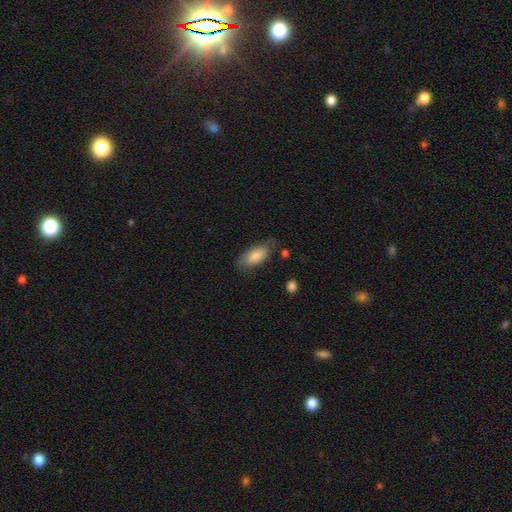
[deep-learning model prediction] smooth 81%, featured or disk 13%, star or artifact 6%. Down the decision tree: how rounded — in between (87%); merging — none (70%).